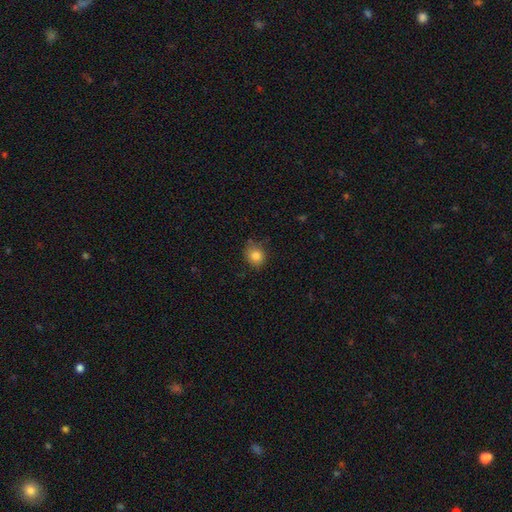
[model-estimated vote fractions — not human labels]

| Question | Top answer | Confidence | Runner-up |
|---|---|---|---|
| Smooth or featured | smooth | 82% | star or artifact (11%) |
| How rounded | round | 76% | in between (23%) |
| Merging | none | 75% | minor disturbance (20%) |